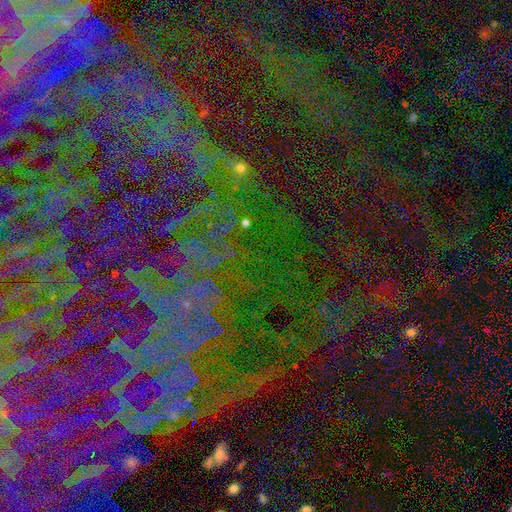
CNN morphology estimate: Overall: star or artifact (80%).